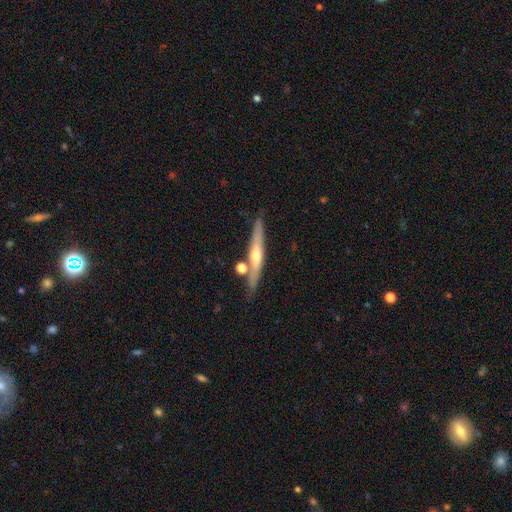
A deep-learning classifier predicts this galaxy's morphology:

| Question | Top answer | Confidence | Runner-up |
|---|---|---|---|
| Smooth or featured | featured or disk | 70% | smooth (24%) |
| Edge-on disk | yes | 95% | no (5%) |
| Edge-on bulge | rounded | 86% | none (11%) |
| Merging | none | 80% | minor disturbance (10%) |